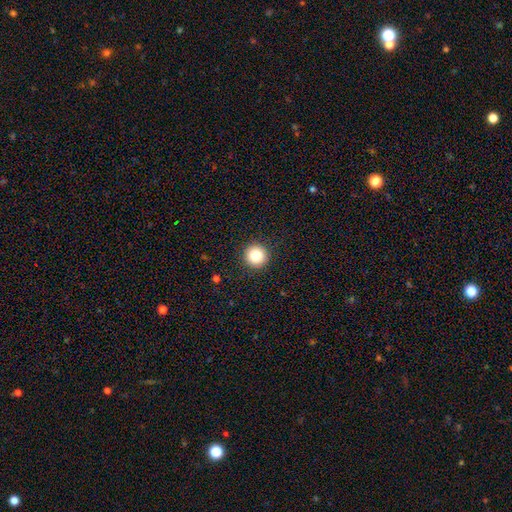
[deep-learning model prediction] Smooth or featured: smooth — 83% (star or artifact — 10%)
How rounded: round — 96% (in between — 3%)
Merging: none — 93% (minor disturbance — 5%)